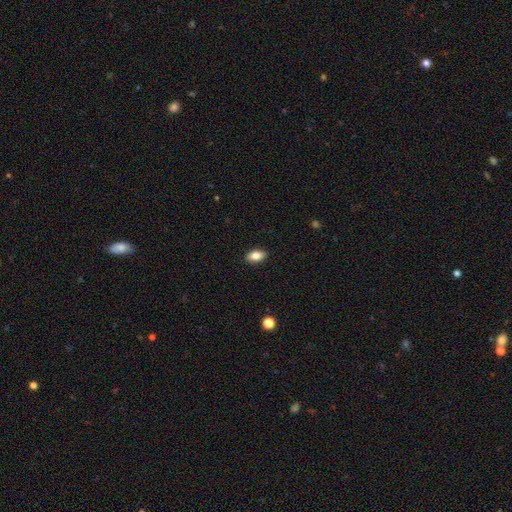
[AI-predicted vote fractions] Q: Smooth or featured?
A: smooth (82%); runner-up: featured or disk (10%)
Q: How rounded?
A: in between (90%); runner-up: round (6%)
Q: Merging?
A: none (90%); runner-up: minor disturbance (8%)